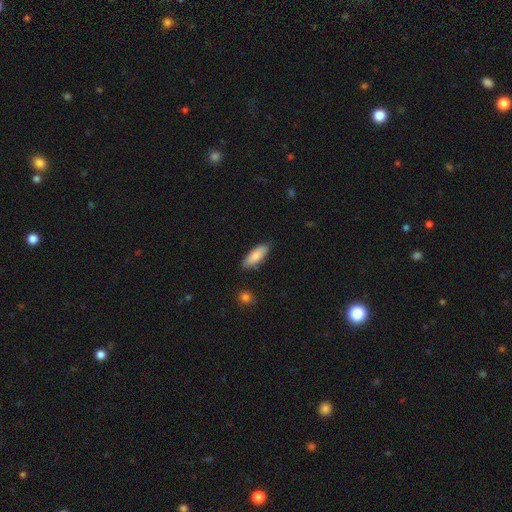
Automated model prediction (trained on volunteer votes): Smooth or featured?
  - smooth: 84% *
  - featured or disk: 11%
  - star or artifact: 6%
How rounded?
  - in between: 67% *
  - cigar-shaped: 32%
  - round: 2%
Merging?
  - none: 84% *
  - minor disturbance: 12%
  - major disturbance: 2%
  - merger: 2%